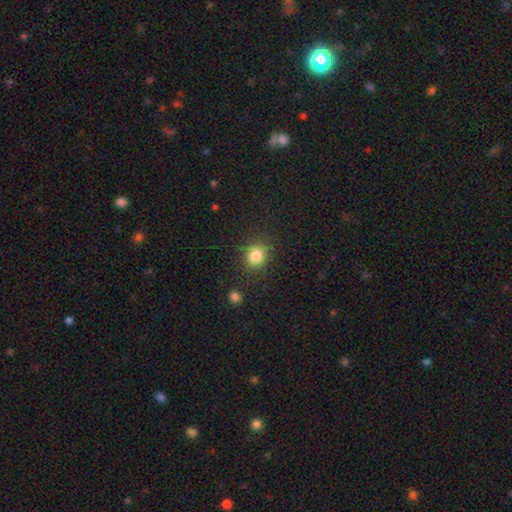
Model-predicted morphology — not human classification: smooth-or-featured: smooth: 83% | star or artifact: 11% | featured or disk: 5%
  how-rounded: round: 73% | in between: 26% | cigar-shaped: 1%
  merging: none: 82% | minor disturbance: 11% | major disturbance: 4% | merger: 2%